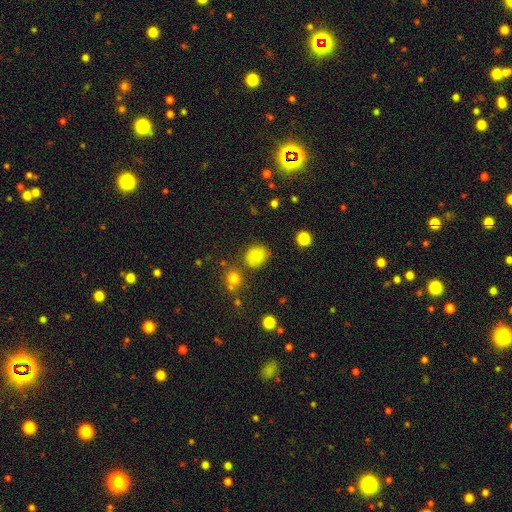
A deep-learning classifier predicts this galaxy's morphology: Smooth or featured? smooth (78%)
How rounded? round (66%)
Merging? none (73%)